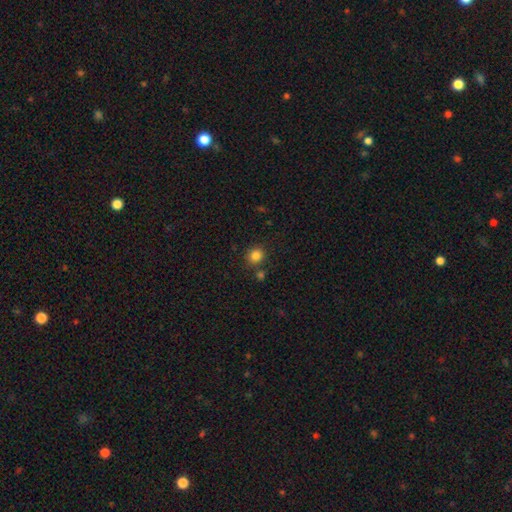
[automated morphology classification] smooth 84%, star or artifact 11%, featured or disk 5%. Down the decision tree: how rounded — round (84%); merging — none (81%).